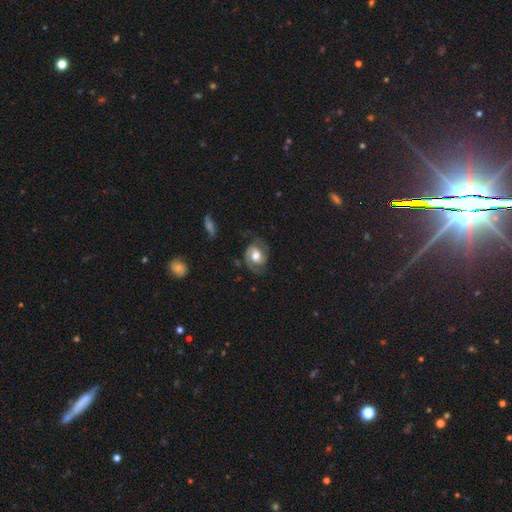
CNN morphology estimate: Q: Smooth or featured?
A: featured or disk (75%); runner-up: smooth (19%)
Q: Edge-on disk?
A: no (97%); runner-up: yes (3%)
Q: Bar?
A: no (55%); runner-up: weak (34%)
Q: Spiral arms?
A: yes (92%); runner-up: no (8%)
Q: Spiral winding?
A: medium (46%); runner-up: tight (39%)
Q: Spiral arm count?
A: 2 (85%); runner-up: 1 (7%)
Q: Bulge size?
A: moderate (56%); runner-up: large (33%)
Q: Merging?
A: none (68%); runner-up: minor disturbance (19%)